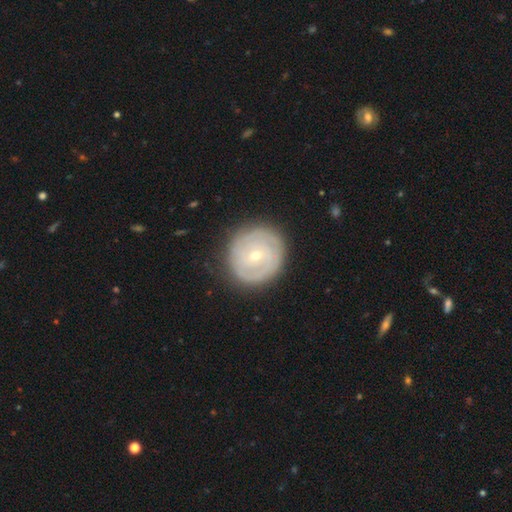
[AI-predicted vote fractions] This is likely a featured or disk galaxy (72%). It is clearly not viewed edge-on (97%). Bar: possibly no (53%). Spiral arm pattern: clearly yes (82%). Spiral arm count: marginally can't tell (42%). Spiral winding: likely tight (74%). Central bulge: likely small (66%). Merging: clearly none (84%).